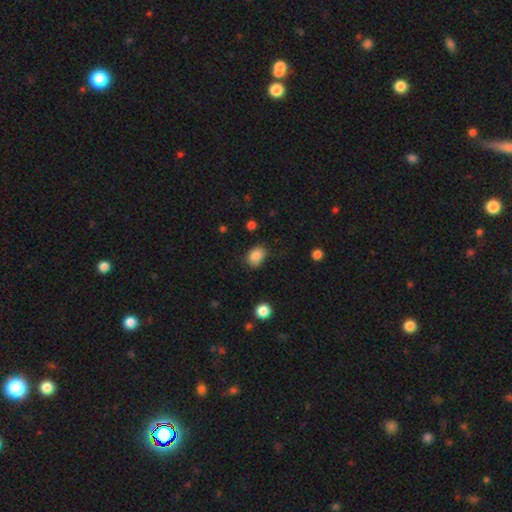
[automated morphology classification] Smooth or featured: smooth — 86% (star or artifact — 9%)
How rounded: in between — 66% (round — 33%)
Merging: none — 72% (minor disturbance — 21%)